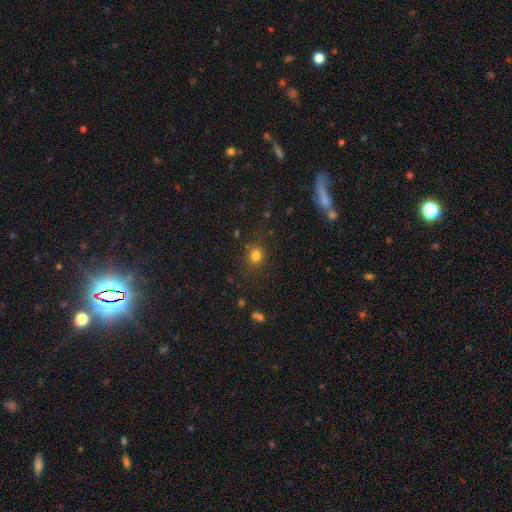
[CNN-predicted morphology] This is likely a smooth galaxy (80%). How rounded: clearly round (81%). Merging: clearly none (83%).